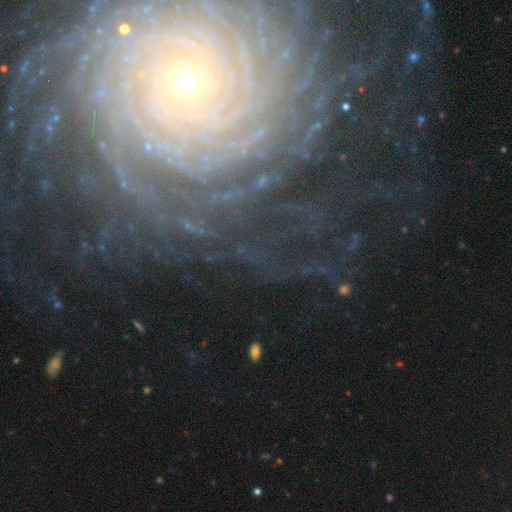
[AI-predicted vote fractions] Smooth or featured: featured or disk — 76% (star or artifact — 15%)
Edge-on disk: no — 96% (yes — 4%)
Bar: no — 66% (weak — 19%)
Spiral arms: yes — 96% (no — 4%)
Spiral winding: tight — 82% (medium — 14%)
Spiral arm count: more than 4 — 35% (can't tell — 20%)
Bulge size: small — 78% (moderate — 15%)
Merging: none — 75% (minor disturbance — 12%)